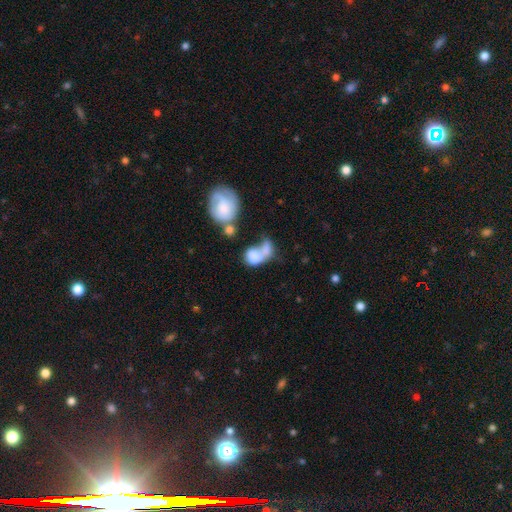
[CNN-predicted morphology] The model was most divided on "how rounded": in between: 70%, round: 28%, cigar-shaped: 2%. More confident: smooth or featured — smooth (67%); merging — merger (62%).